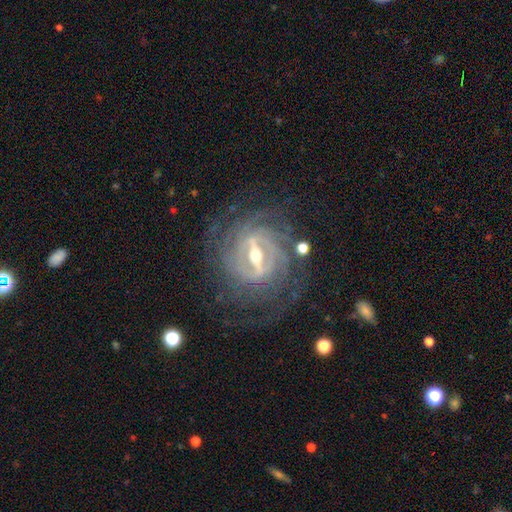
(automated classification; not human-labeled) Smooth or featured?
  - featured or disk: 92% *
  - star or artifact: 5%
  - smooth: 3%
Edge-on disk?
  - no: 93% *
  - yes: 7%
Bar?
  - strong: 75% *
  - weak: 20%
  - no: 5%
Spiral arms?
  - yes: 97% *
  - no: 3%
Spiral winding?
  - tight: 75% *
  - medium: 20%
  - loose: 5%
Spiral arm count?
  - 4: 26% *
  - can't tell: 23%
  - 3: 19%
  - 2: 15%
  - more than 4: 11%
  - 1: 6%
Bulge size?
  - moderate: 58% *
  - small: 35%
  - large: 5%
  - none: 1%
  - dominant: 1%
Merging?
  - none: 76% *
  - minor disturbance: 14%
  - major disturbance: 9%
  - merger: 2%